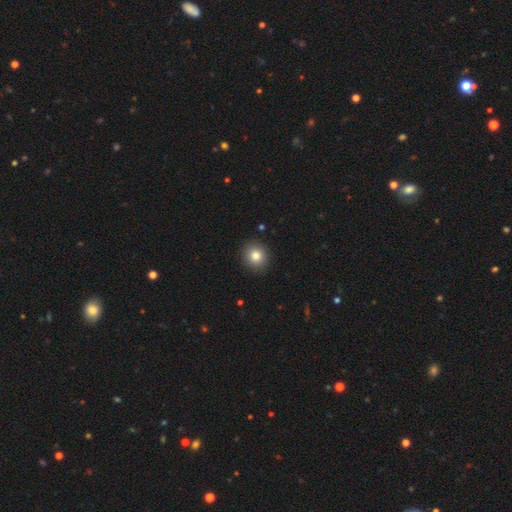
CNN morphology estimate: This is clearly a smooth galaxy (82%). How rounded: clearly round (85%). Merging: clearly none (91%).